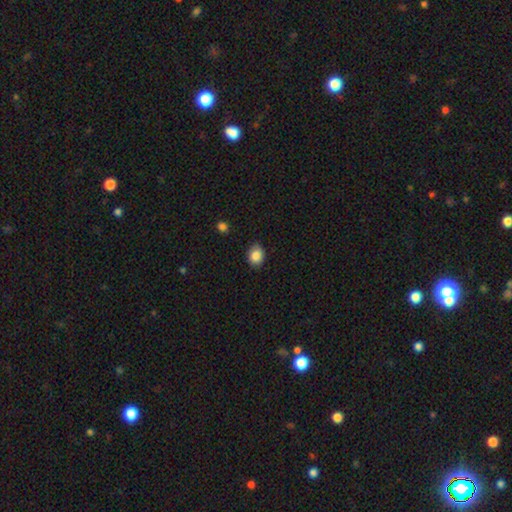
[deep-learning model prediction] Q: Smooth or featured?
A: smooth (86%); runner-up: star or artifact (9%)
Q: How rounded?
A: round (50%); runner-up: in between (49%)
Q: Merging?
A: none (83%); runner-up: minor disturbance (13%)